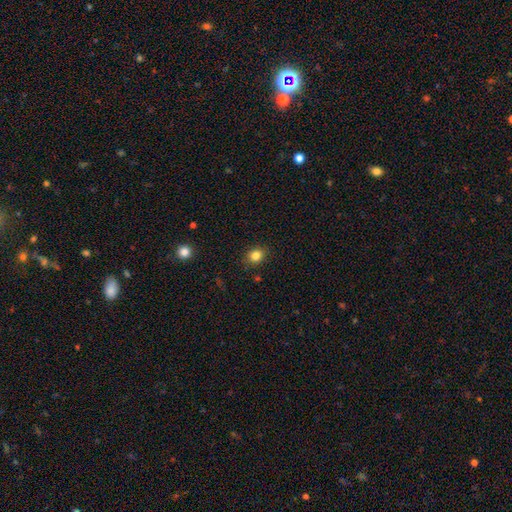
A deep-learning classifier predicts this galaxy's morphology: smooth 83%, star or artifact 11%, featured or disk 5%. Down the decision tree: how rounded — round (68%); merging — none (88%).